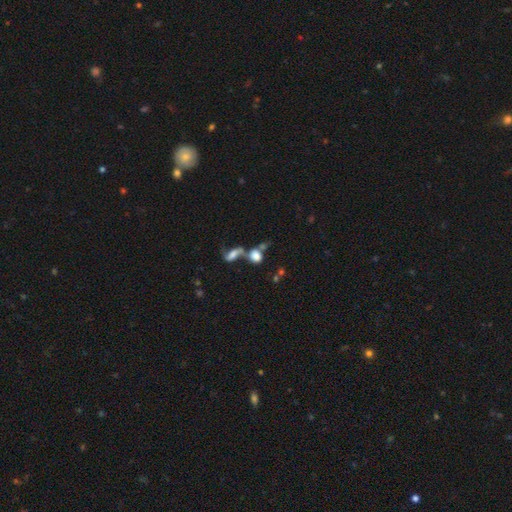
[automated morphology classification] Smooth or featured? Predicted: smooth (p=0.70). How rounded? Predicted: in between (p=0.48, tied with round). Merging? Predicted: merger (p=0.57).